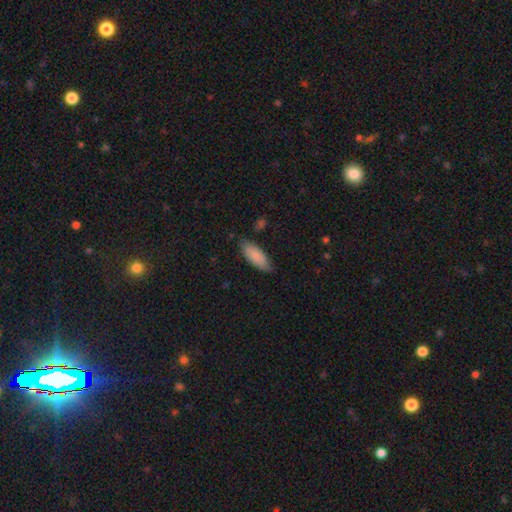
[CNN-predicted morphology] A smooth galaxy with no disk features (84%) that is in between round and cigar-shaped (75%).

Vote fractions:
- Smooth or featured? smooth: 84% / featured or disk: 11% / star or artifact: 6%
- How rounded? in between: 75% / cigar-shaped: 24% / round: 2%
- Merging? none: 74% / minor disturbance: 21% / major disturbance: 3% / merger: 2%